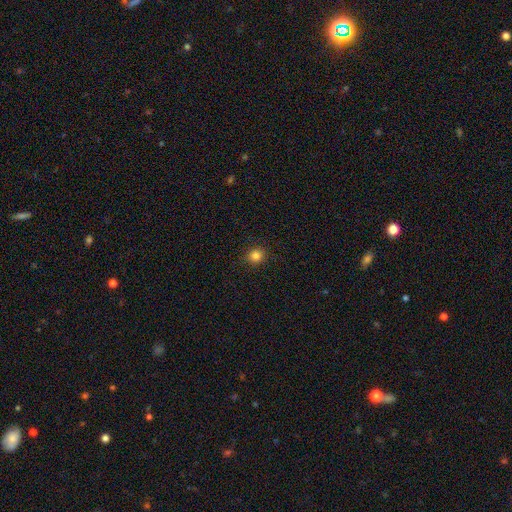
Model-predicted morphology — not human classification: Q: Smooth or featured?
A: smooth (83%); runner-up: star or artifact (12%)
Q: How rounded?
A: round (88%); runner-up: in between (11%)
Q: Merging?
A: none (91%); runner-up: minor disturbance (6%)